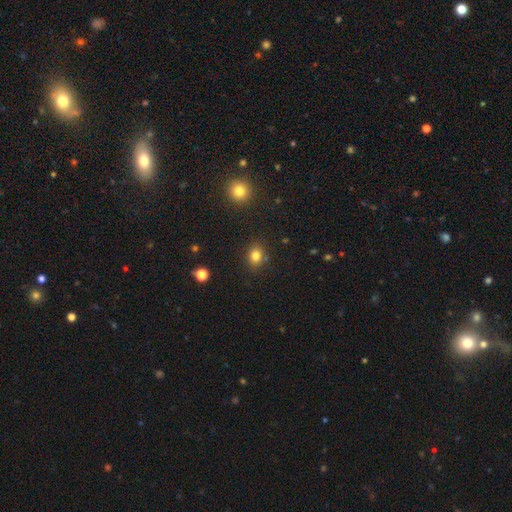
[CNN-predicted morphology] This appears to be a smooth galaxy with no disk features (81%) that is round (56%). Merging: none (83%).